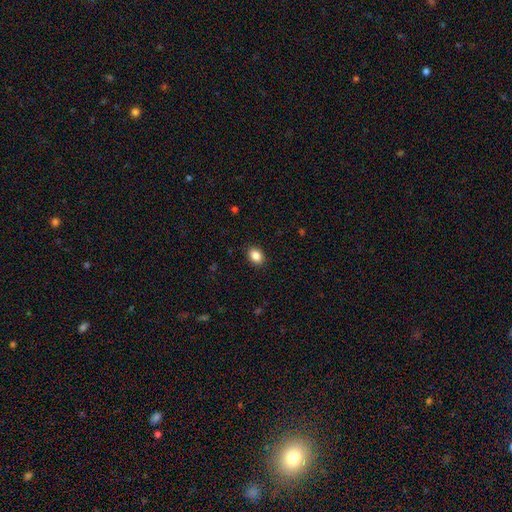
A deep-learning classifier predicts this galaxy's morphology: Smooth or featured?
  - smooth: 86% *
  - star or artifact: 9%
  - featured or disk: 4%
How rounded?
  - in between: 67% *
  - round: 32%
  - cigar-shaped: 1%
Merging?
  - none: 89% *
  - minor disturbance: 8%
  - major disturbance: 2%
  - merger: 1%